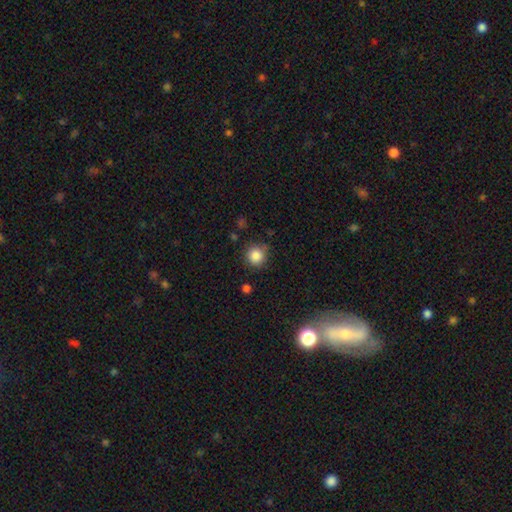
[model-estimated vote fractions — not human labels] This is clearly a smooth galaxy (85%). How rounded: clearly round (93%). Merging: clearly none (80%).